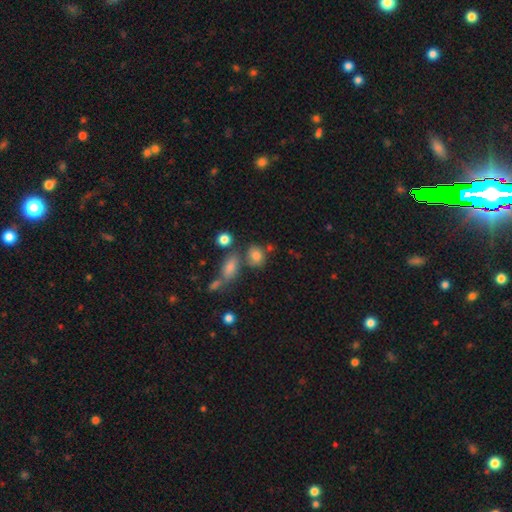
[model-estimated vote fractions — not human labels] smooth 80%, star or artifact 11%, featured or disk 9%. Down the decision tree: how rounded — in between (56%); merging — none (56%).